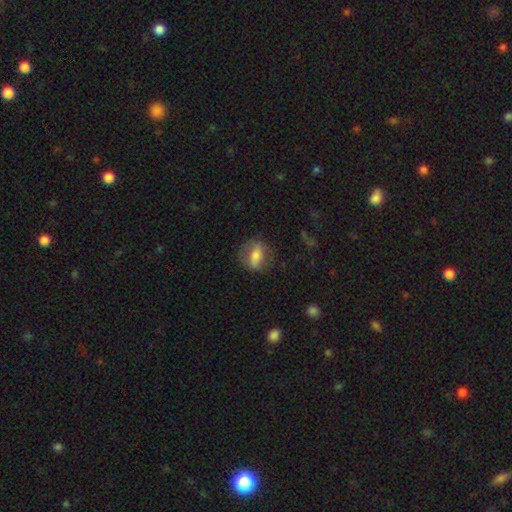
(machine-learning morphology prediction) Overall: smooth (58%; featured or disk 34%). How rounded: in between (66%; round 27%). Merging: none (70%).